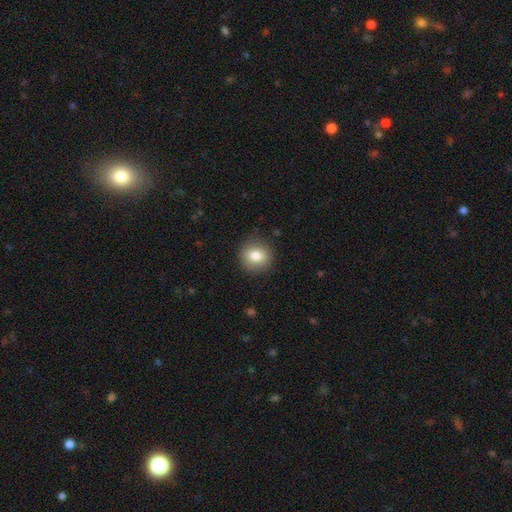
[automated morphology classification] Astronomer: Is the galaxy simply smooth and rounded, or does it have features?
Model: smooth — 81%.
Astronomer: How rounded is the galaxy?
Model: round — 85%.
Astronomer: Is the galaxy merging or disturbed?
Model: none — 87%.